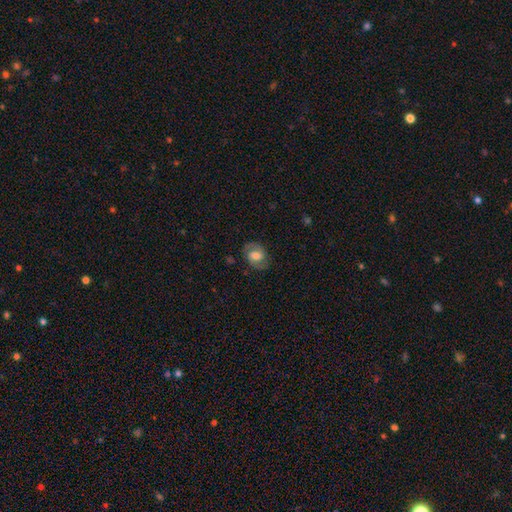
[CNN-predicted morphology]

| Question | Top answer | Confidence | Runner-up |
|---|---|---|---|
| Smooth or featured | featured or disk | 55% | smooth (37%) |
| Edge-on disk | no | 96% | yes (4%) |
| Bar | weak | 45% | no (39%) |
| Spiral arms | yes | 80% | no (20%) |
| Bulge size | moderate | 40% | large (38%) |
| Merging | none | 79% | minor disturbance (14%) |